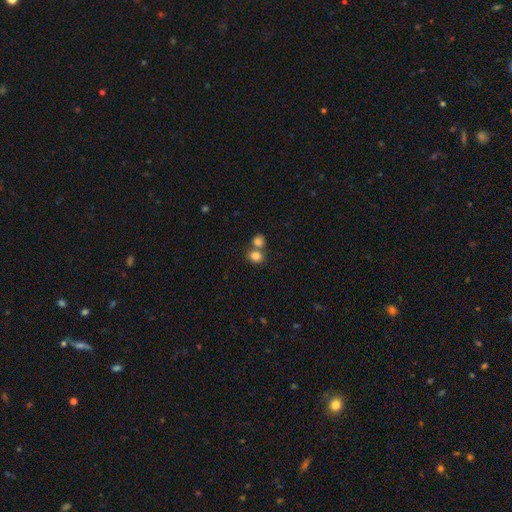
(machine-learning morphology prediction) The model was most divided on "merging": none: 46%, merger: 43%, minor disturbance: 8%, major disturbance: 3%. More confident: smooth or featured — smooth (83%); how rounded — round (60%).